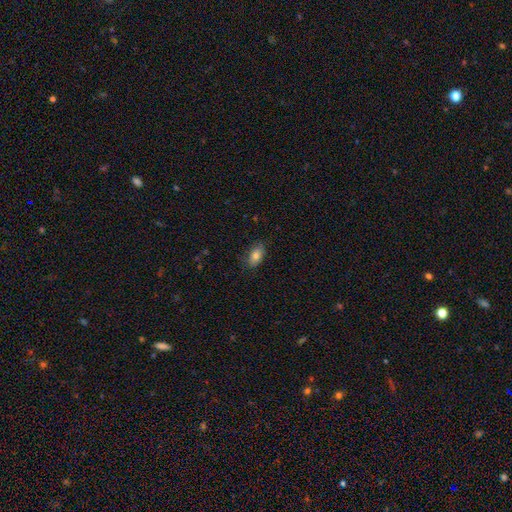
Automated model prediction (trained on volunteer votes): Smooth or featured?
  - smooth: 80% *
  - featured or disk: 12%
  - star or artifact: 8%
How rounded?
  - in between: 89% *
  - round: 7%
  - cigar-shaped: 4%
Merging?
  - none: 81% *
  - minor disturbance: 15%
  - major disturbance: 3%
  - merger: 1%